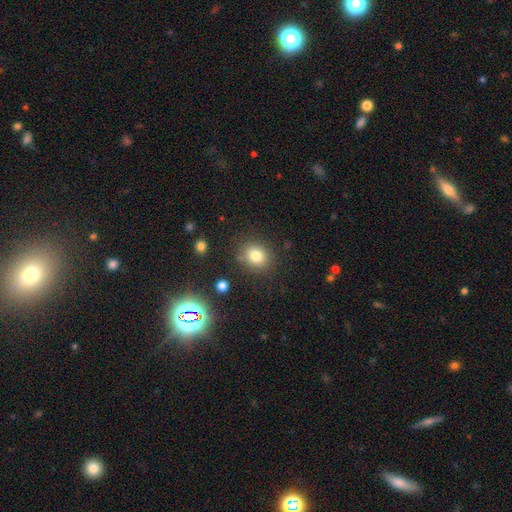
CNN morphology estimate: Overall: smooth (80%). How rounded: round (67%; in between 32%). Merging: none (82%).